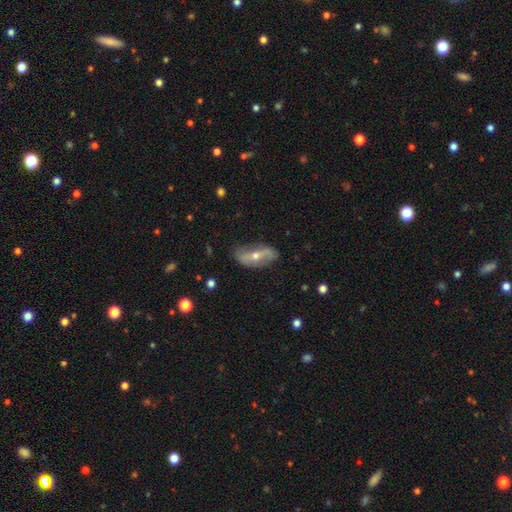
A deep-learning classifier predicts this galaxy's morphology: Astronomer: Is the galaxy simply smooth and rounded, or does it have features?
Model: featured or disk — 66%.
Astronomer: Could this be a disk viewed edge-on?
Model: no — 80%.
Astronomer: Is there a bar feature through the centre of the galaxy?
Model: no — 36% (runner-up: strong, 35%).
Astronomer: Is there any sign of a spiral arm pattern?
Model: yes — 68%.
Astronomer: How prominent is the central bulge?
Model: moderate — 56% (runner-up: small, 41%).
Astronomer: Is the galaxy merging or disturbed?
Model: none — 73%.